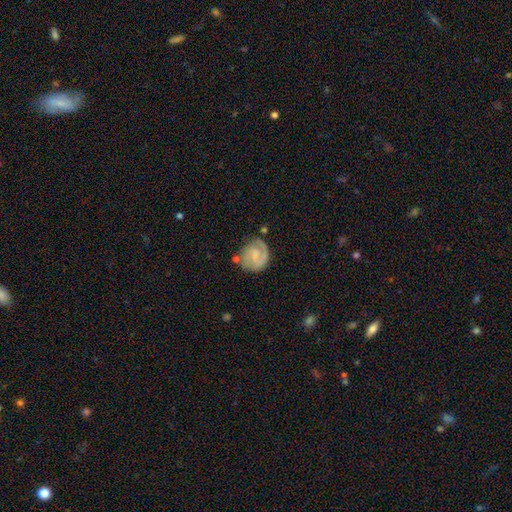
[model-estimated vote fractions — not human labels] Q: Smooth or featured?
A: featured or disk (68%); runner-up: smooth (25%)
Q: Edge-on disk?
A: no (98%); runner-up: yes (2%)
Q: Bar?
A: weak (46%); runner-up: no (43%)
Q: Spiral arms?
A: yes (91%); runner-up: no (9%)
Q: Spiral winding?
A: tight (48%); runner-up: medium (39%)
Q: Spiral arm count?
A: 2 (57%); runner-up: 1 (26%)
Q: Bulge size?
A: none (43%); runner-up: small (34%)
Q: Merging?
A: none (63%); runner-up: minor disturbance (21%)